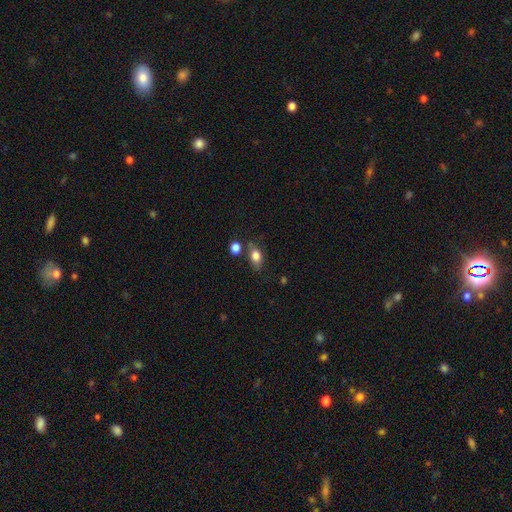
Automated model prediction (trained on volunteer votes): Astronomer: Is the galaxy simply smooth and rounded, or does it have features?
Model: smooth — 81%.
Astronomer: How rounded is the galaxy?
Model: in between — 80%.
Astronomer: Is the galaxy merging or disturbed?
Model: none — 64%.